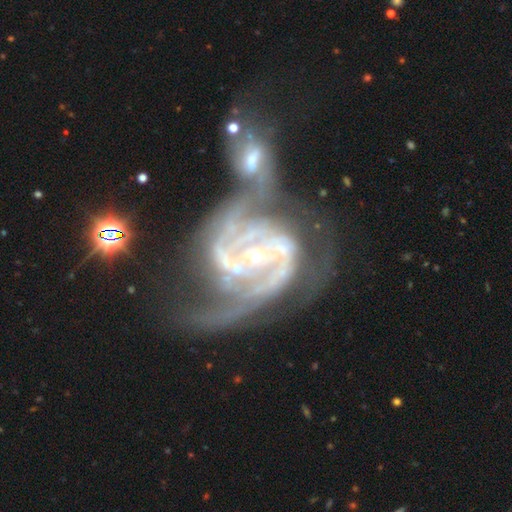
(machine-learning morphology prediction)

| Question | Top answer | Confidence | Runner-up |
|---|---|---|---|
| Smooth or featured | featured or disk | 92% | star or artifact (5%) |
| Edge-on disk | no | 98% | yes (2%) |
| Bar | no | 47% | weak (31%) |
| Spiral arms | yes | 97% | no (3%) |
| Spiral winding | tight | 44% | medium (43%) |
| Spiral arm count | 2 | 55% | 3 (17%) |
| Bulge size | small | 68% | moderate (28%) |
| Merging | merger | 59% | major disturbance (16%) |